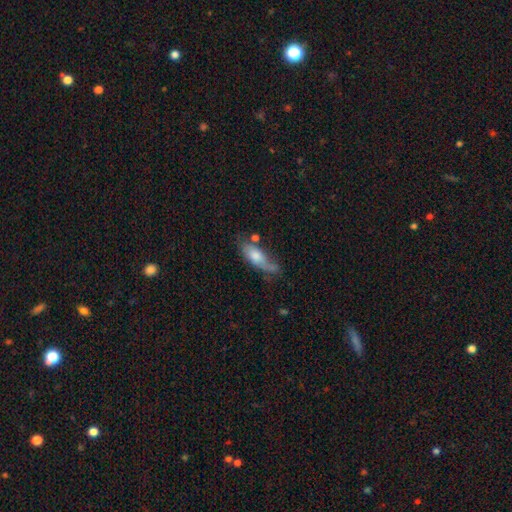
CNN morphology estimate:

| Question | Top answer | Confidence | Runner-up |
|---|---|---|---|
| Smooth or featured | smooth | 59% | featured or disk (34%) |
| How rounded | in between | 62% | cigar-shaped (35%) |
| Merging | none | 45% | minor disturbance (29%) |